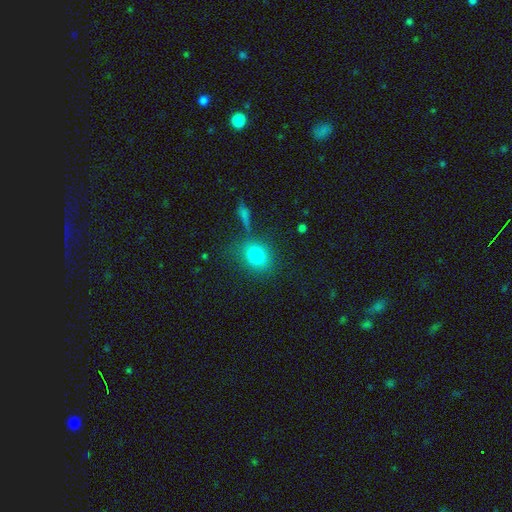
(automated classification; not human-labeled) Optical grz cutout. It shows a smooth galaxy with no disk features (79%) that is round (53%). Merging: none (74%).